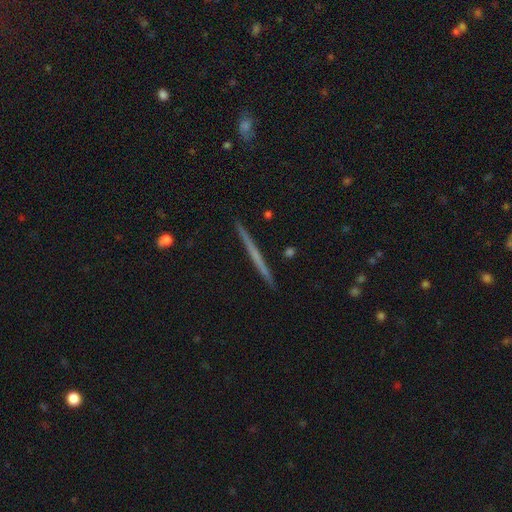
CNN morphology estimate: Smooth or featured? featured or disk (54%)
Edge-on disk? yes (98%)
Edge-on bulge? none (91%)
Merging? none (92%)